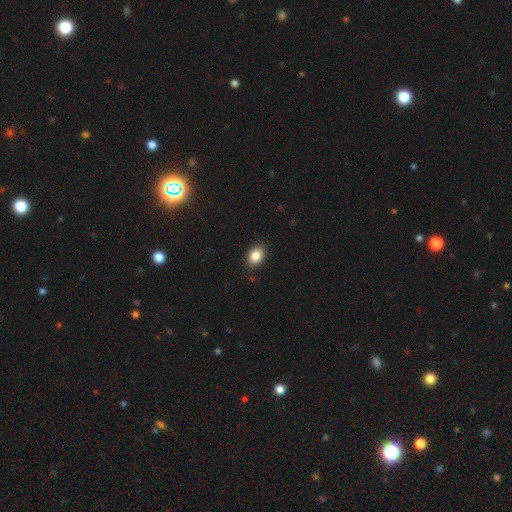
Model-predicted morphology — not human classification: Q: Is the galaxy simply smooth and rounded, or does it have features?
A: smooth — 86%.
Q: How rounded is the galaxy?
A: in between — 74%.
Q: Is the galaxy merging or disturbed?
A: none — 85%.